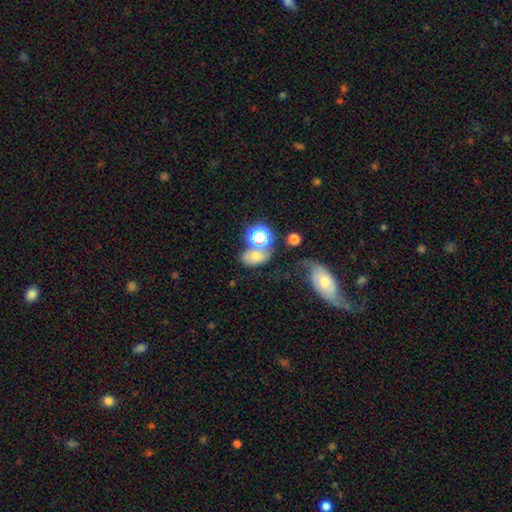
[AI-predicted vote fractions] Smooth or featured?
  - smooth: 55% *
  - star or artifact: 23%
  - featured or disk: 21%
How rounded?
  - in between: 73% *
  - round: 25%
  - cigar-shaped: 2%
Merging?
  - none: 39% *
  - merger: 27%
  - minor disturbance: 18%
  - major disturbance: 15%